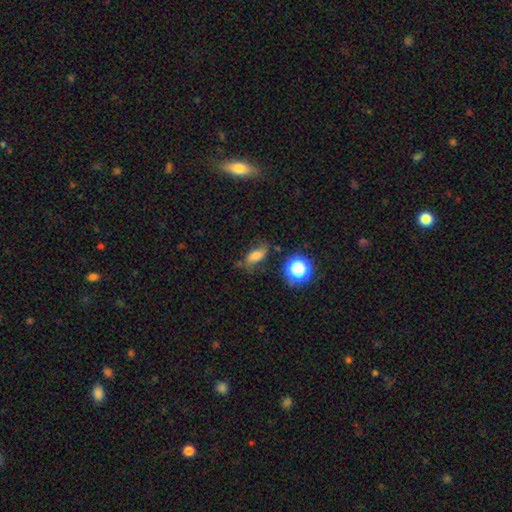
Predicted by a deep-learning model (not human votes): Smooth or featured? smooth (61%)
How rounded? in between (74%)
Merging? none (59%)